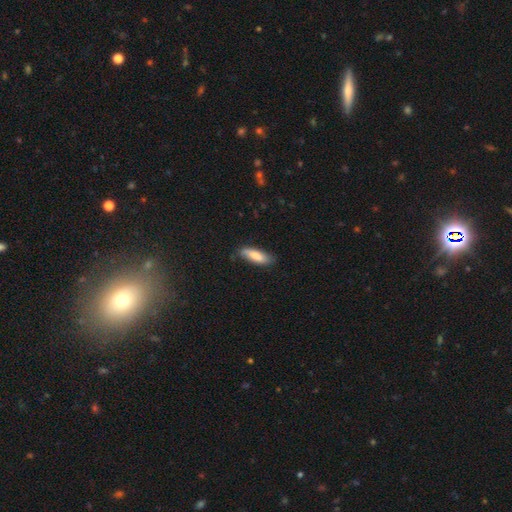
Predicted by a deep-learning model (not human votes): smooth 79%, featured or disk 15%, star or artifact 6%. Down the decision tree: how rounded — in between (56%); merging — none (76%).